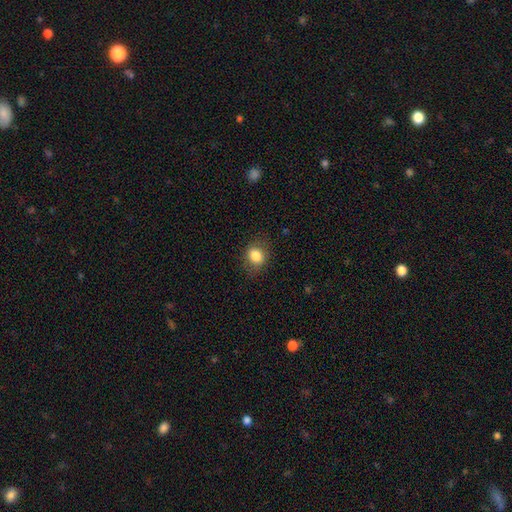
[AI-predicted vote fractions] Smooth or featured: smooth — 84% (star or artifact — 9%)
How rounded: round — 52% (in between — 47%)
Merging: none — 79% (minor disturbance — 15%)